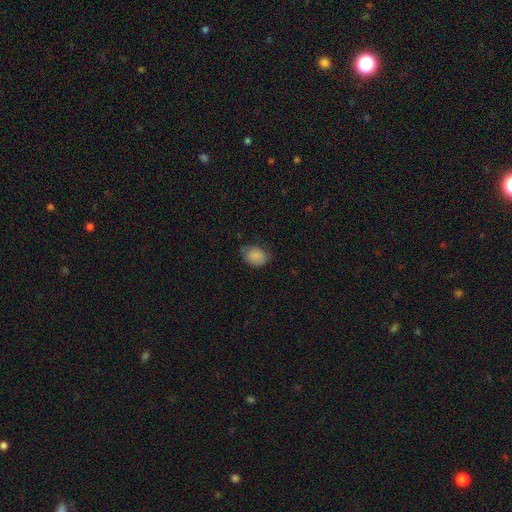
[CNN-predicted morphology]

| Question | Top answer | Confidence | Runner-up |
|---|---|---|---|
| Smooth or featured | smooth | 83% | featured or disk (9%) |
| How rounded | in between | 67% | round (32%) |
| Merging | none | 64% | minor disturbance (28%) |